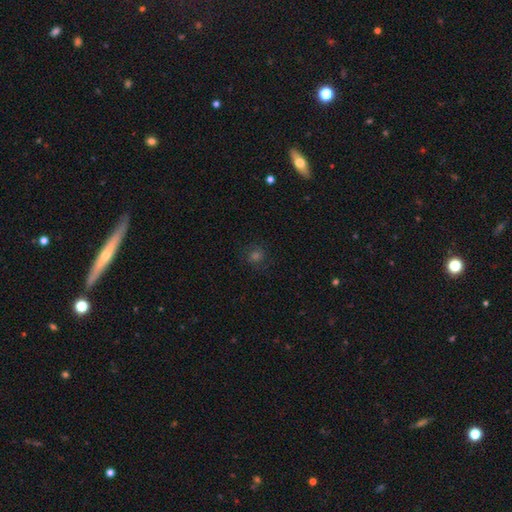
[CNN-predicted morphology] A smooth galaxy with no disk features (53%) that is round (83%).

Vote fractions:
- Smooth or featured? smooth: 53% / star or artifact: 32% / featured or disk: 15%
- How rounded? round: 83% / in between: 15% / cigar-shaped: 2%
- Merging? none: 85% / minor disturbance: 10% / major disturbance: 4% / merger: 1%